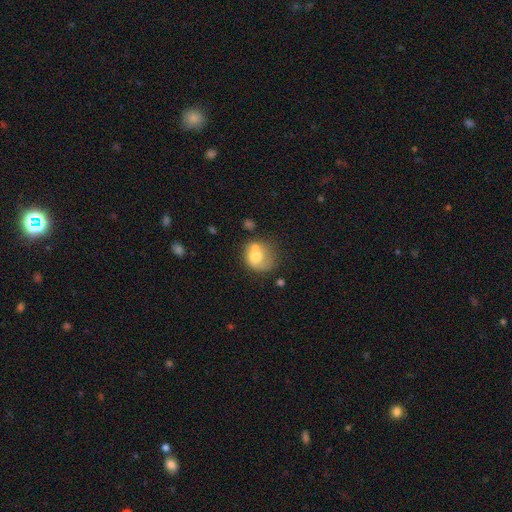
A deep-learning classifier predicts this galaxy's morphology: This is likely a smooth galaxy (67%). How rounded: likely round (69%). Merging: marginally none (35%).